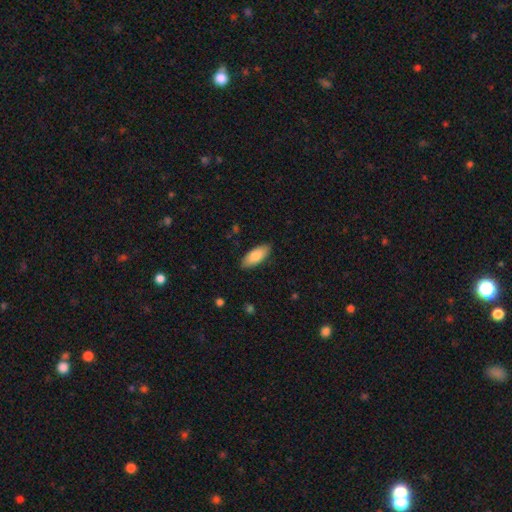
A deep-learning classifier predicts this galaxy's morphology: A smooth galaxy with no disk features (82%) that is in between round and cigar-shaped (83%). Merging: none (87%).